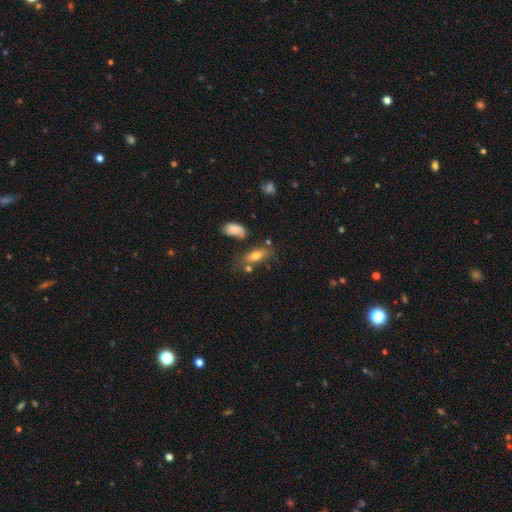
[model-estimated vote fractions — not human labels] This is likely a smooth galaxy (70%). How rounded: likely in between (75%). Merging: possibly none (58%).